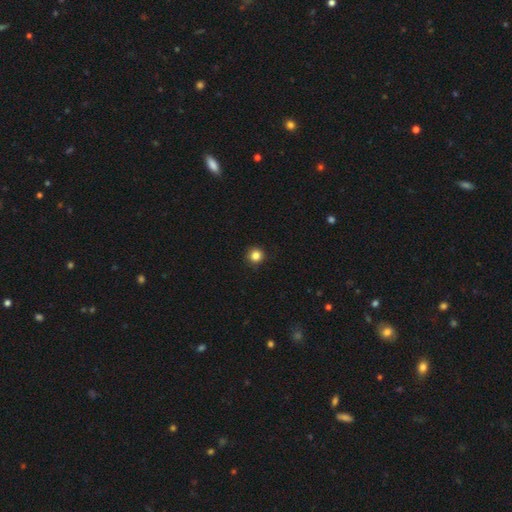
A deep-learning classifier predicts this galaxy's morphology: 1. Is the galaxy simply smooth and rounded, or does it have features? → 84% smooth, 12% star or artifact, 4% featured or disk.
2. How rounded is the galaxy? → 95% round, 4% in between, 1% cigar-shaped.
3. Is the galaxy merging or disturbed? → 92% none, 6% minor disturbance, 2% major disturbance, 1% merger.